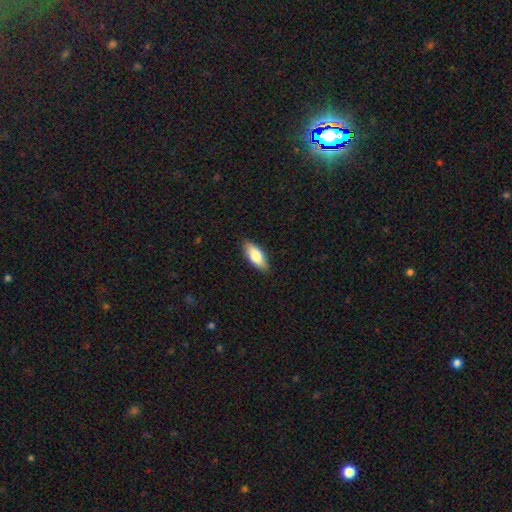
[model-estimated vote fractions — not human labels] A smooth galaxy with no disk features (78%) that is in between round and cigar-shaped (81%). Merging: none (87%).